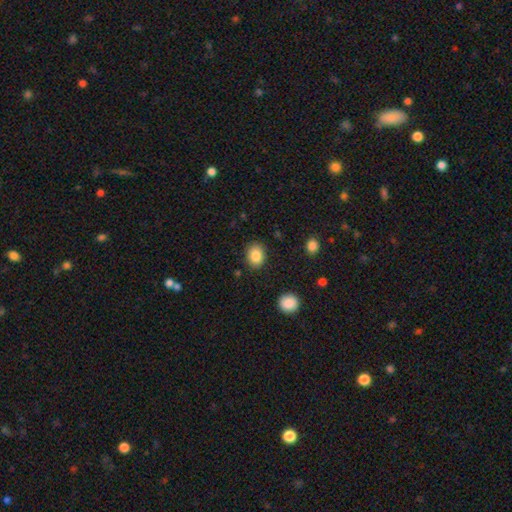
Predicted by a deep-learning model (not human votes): Morphology: type=smooth (86%); roundness=in between (54%); merging=none (86%).